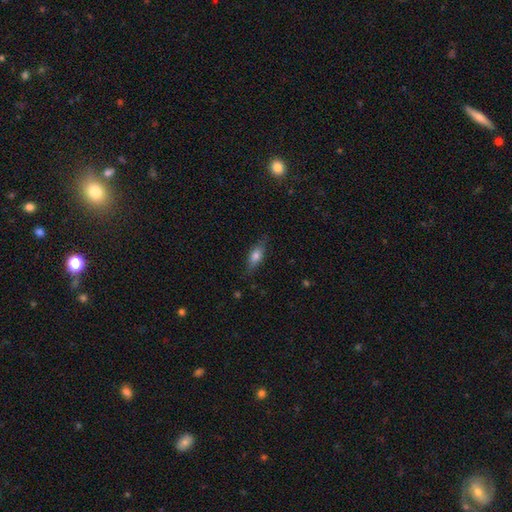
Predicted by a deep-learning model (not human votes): A smooth galaxy with no disk features (68%) that is in between round and cigar-shaped (66%).

Vote fractions:
- Smooth or featured? smooth: 68% / featured or disk: 25% / star or artifact: 8%
- How rounded? in between: 66% / cigar-shaped: 30% / round: 4%
- Merging? none: 78% / minor disturbance: 17% / major disturbance: 4% / merger: 1%